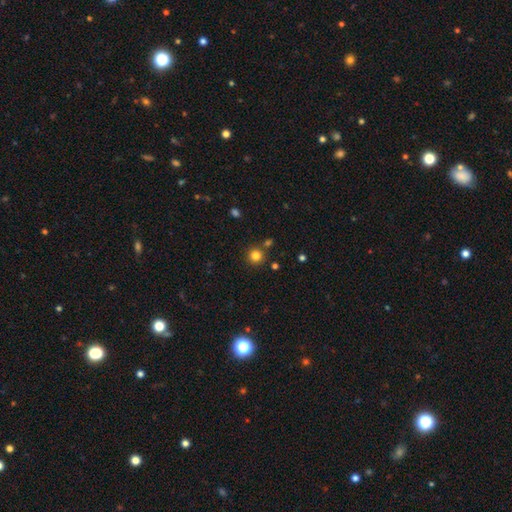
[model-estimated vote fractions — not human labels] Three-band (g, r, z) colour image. It shows a smooth galaxy with no disk features (81%) that is round (95%). Merging: none (84%).